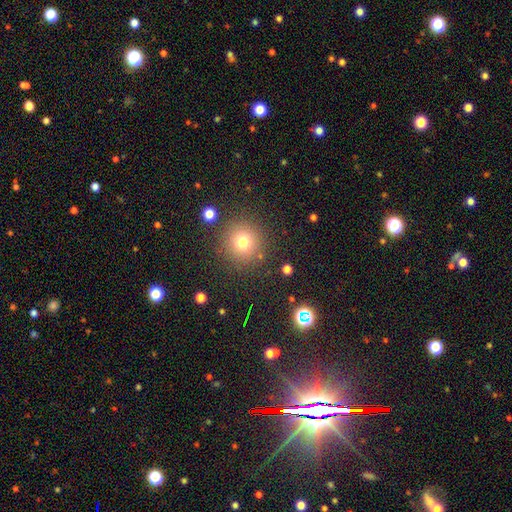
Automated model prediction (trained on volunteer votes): smooth_or_featured: smooth (p=0.49) [alt: star or artifact p=0.40]
merging: none (p=0.89) [alt: minor disturbance p=0.06]